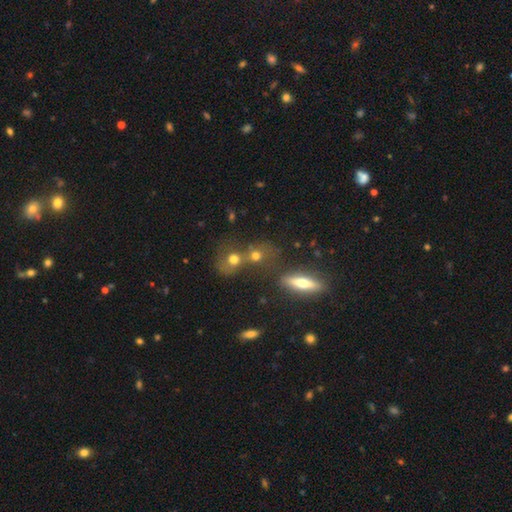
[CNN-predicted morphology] type=smooth (65%); roundness=round (68%); merging=merger (49%).